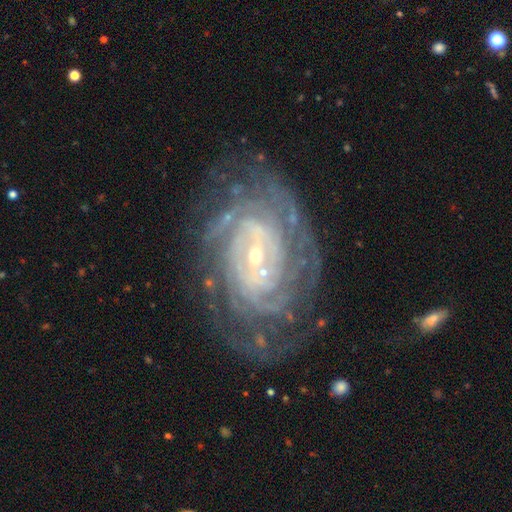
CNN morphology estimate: Q: Smooth or featured?
A: featured or disk (89%); runner-up: star or artifact (6%)
Q: Edge-on disk?
A: no (96%); runner-up: yes (4%)
Q: Bar?
A: no (49%); runner-up: weak (33%)
Q: Spiral arms?
A: yes (97%); runner-up: no (3%)
Q: Spiral winding?
A: tight (79%); runner-up: medium (17%)
Q: Spiral arm count?
A: can't tell (30%); runner-up: 4 (19%)
Q: Bulge size?
A: small (74%); runner-up: moderate (22%)
Q: Merging?
A: none (74%); runner-up: minor disturbance (16%)